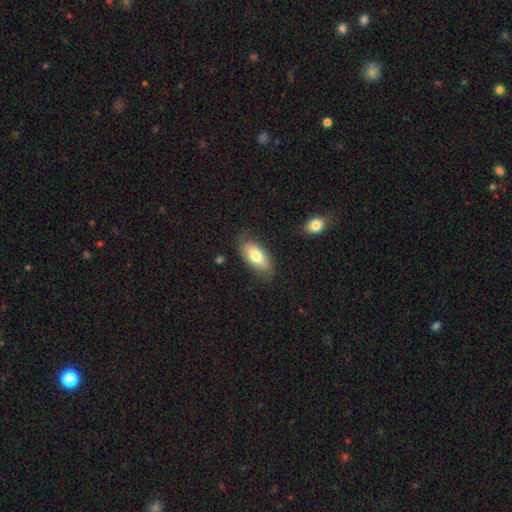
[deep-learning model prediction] Smooth or featured?
  - smooth: 75% *
  - featured or disk: 18%
  - star or artifact: 7%
How rounded?
  - in between: 90% *
  - cigar-shaped: 7%
  - round: 3%
Merging?
  - none: 76% *
  - minor disturbance: 18%
  - major disturbance: 4%
  - merger: 2%